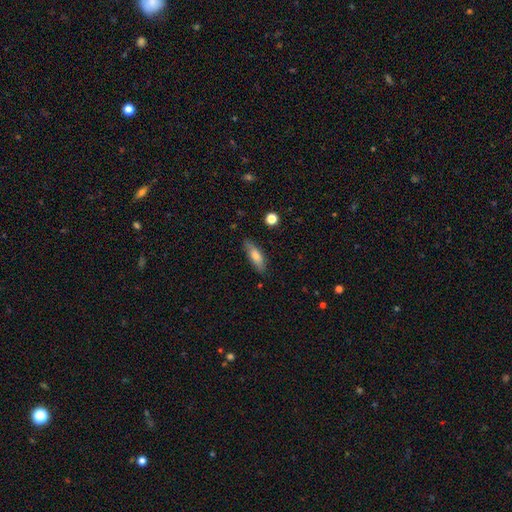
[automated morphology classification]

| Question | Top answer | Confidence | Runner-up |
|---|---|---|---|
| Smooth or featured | smooth | 71% | featured or disk (23%) |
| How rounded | cigar-shaped | 52% | in between (46%) |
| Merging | none | 81% | minor disturbance (14%) |